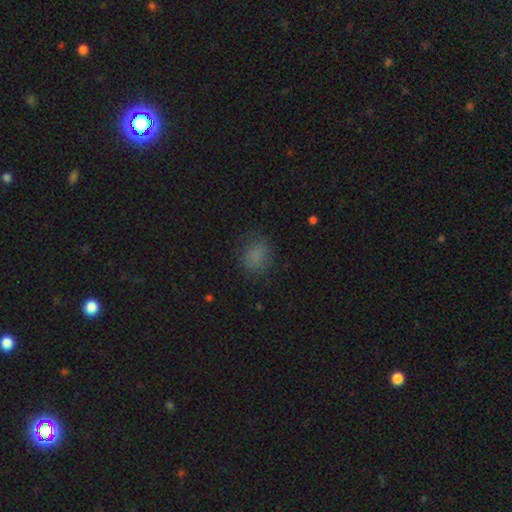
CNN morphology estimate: Smooth or featured? Predicted: smooth (p=0.79). How rounded? Predicted: round (p=0.51). Merging? Predicted: none (p=0.75).